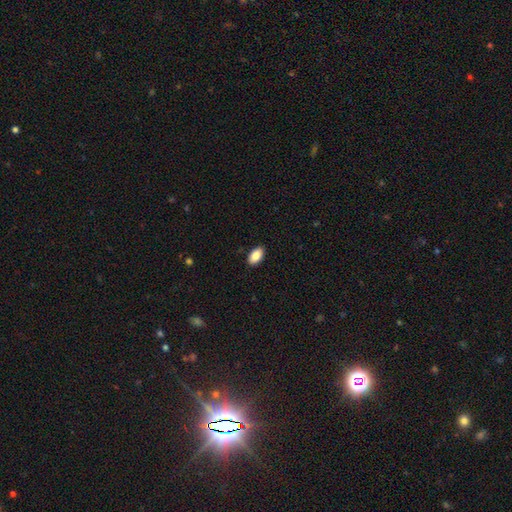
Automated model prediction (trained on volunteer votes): The model was most divided on "smooth or featured": smooth: 88%, star or artifact: 7%, featured or disk: 6%. More confident: how rounded — in between (94%); merging — none (89%).